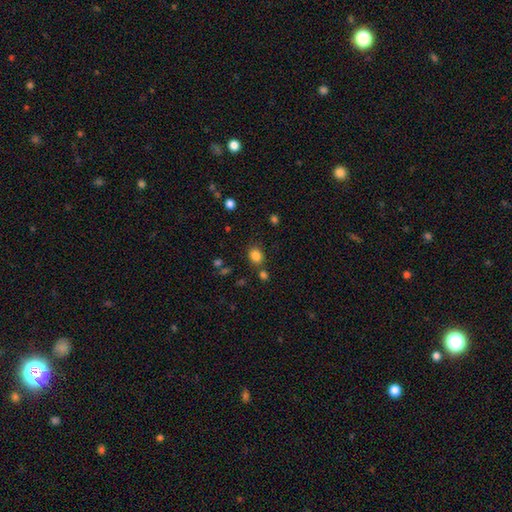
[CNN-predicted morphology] A smooth galaxy with no disk features (83%) that is round (53%). Merging: none (75%).